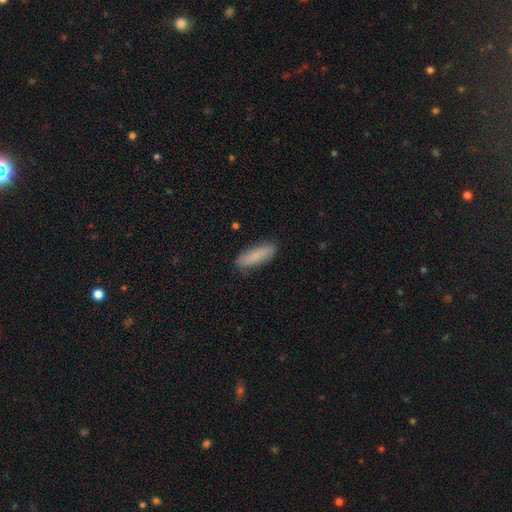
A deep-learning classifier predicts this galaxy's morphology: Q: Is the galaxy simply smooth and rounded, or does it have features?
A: smooth — 79%.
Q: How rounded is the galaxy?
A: cigar-shaped — 50%.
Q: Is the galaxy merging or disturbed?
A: none — 84%.